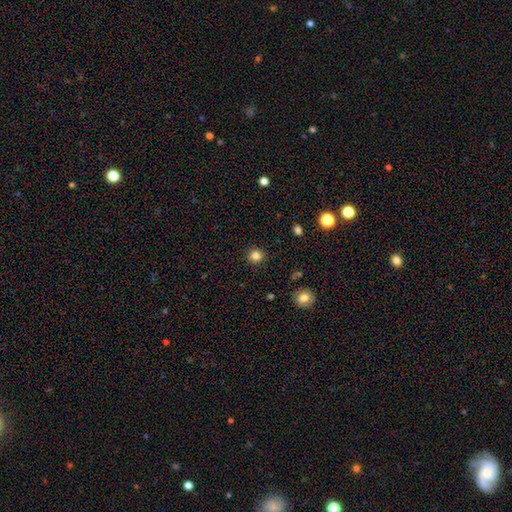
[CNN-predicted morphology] A smooth galaxy with no disk features (83%) that is round (92%).

Vote fractions:
- Smooth or featured? smooth: 83% / star or artifact: 12% / featured or disk: 4%
- How rounded? round: 92% / in between: 7% / cigar-shaped: 1%
- Merging? none: 91% / minor disturbance: 6% / major disturbance: 2% / merger: 1%